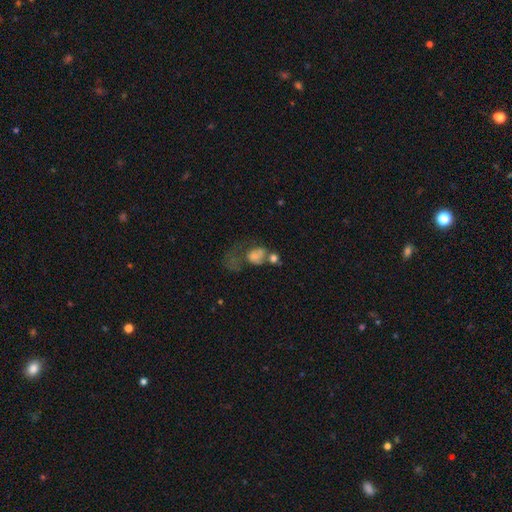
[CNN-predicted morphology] The model was most divided on "merging": merger: 37%, major disturbance: 35%, none: 17%, minor disturbance: 11%. More confident: smooth or featured — smooth (58%); how rounded — in between (57%).